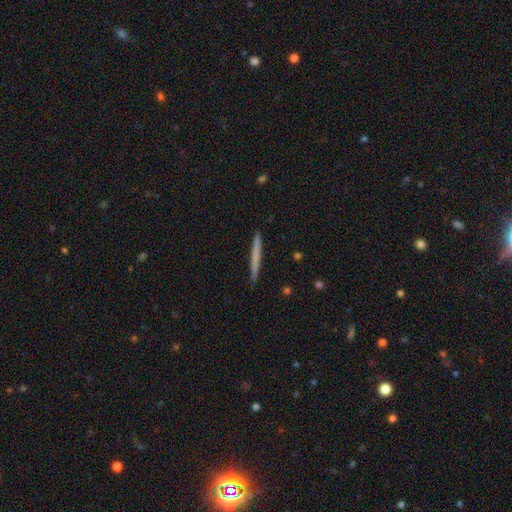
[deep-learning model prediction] This appears to be a smooth galaxy with no disk features (62%) that is cigar-shaped (97%). Merging: none (92%).